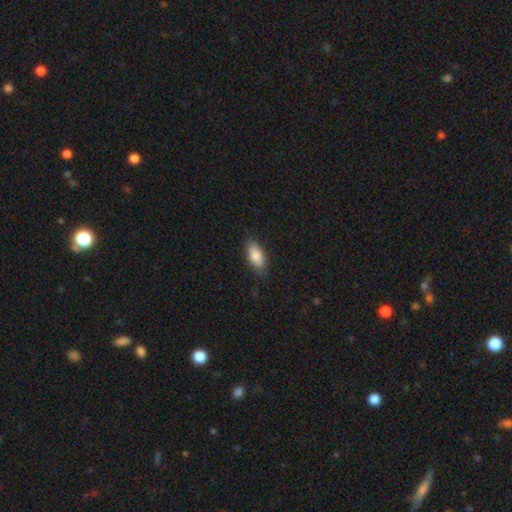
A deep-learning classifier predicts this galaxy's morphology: smooth 86%, featured or disk 8%, star or artifact 6%. Down the decision tree: how rounded — in between (88%); merging — none (82%).